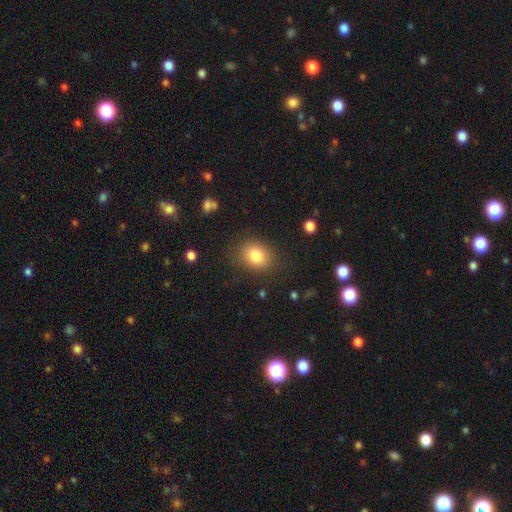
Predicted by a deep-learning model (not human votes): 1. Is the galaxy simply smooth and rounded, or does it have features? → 83% smooth, 9% star or artifact, 8% featured or disk.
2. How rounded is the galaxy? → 52% in between, 47% round, 1% cigar-shaped.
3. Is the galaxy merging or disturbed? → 81% none, 13% minor disturbance, 5% major disturbance, 2% merger.